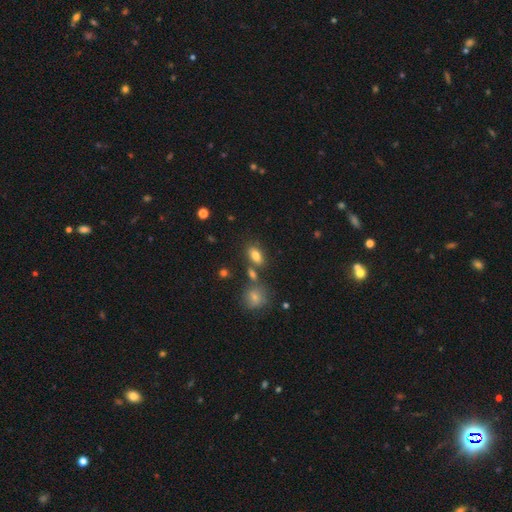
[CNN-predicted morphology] smooth_or_featured: smooth (p=0.81) [alt: star or artifact p=0.10]
how_rounded: in between (p=0.86) [alt: round p=0.09]
merging: none (p=0.69) [alt: merger p=0.15]